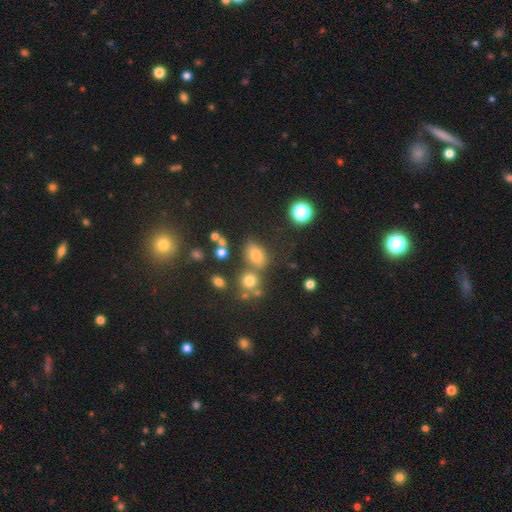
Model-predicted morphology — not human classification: The model was most divided on "merging": none: 59%, merger: 20%, minor disturbance: 15%, major disturbance: 7%. More confident: how rounded — in between (73%); smooth or featured — smooth (68%).